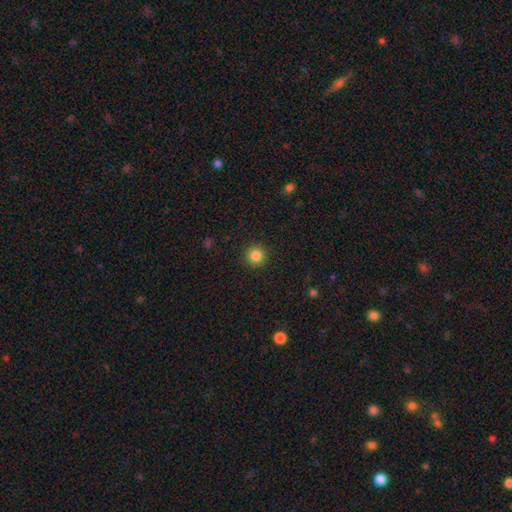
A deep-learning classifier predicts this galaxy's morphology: smooth-or-featured: smooth: 85% | star or artifact: 11% | featured or disk: 4%
  how-rounded: round: 95% | in between: 4% | cigar-shaped: 1%
  merging: none: 92% | minor disturbance: 5% | major disturbance: 2% | merger: 1%